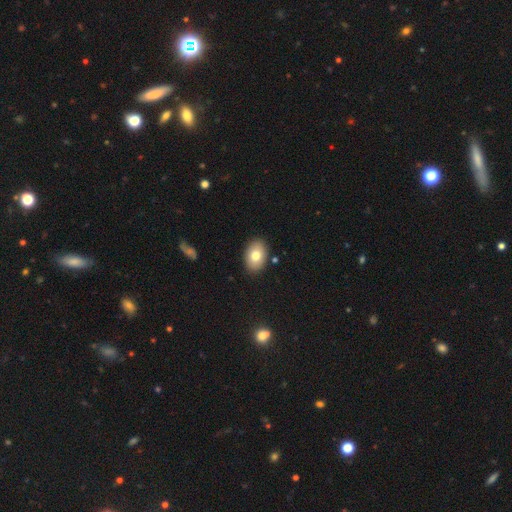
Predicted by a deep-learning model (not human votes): Smooth or featured: smooth — 78% (featured or disk — 14%)
How rounded: in between — 83% (round — 16%)
Merging: none — 87% (minor disturbance — 9%)